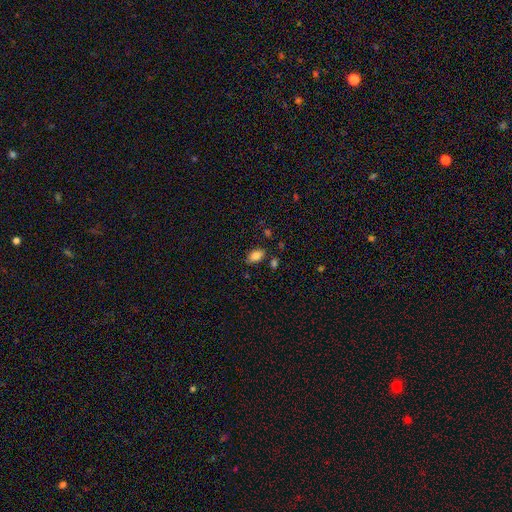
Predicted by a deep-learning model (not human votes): Q: Smooth or featured?
A: smooth (86%); runner-up: star or artifact (9%)
Q: How rounded?
A: in between (91%); runner-up: round (5%)
Q: Merging?
A: none (78%); runner-up: minor disturbance (14%)